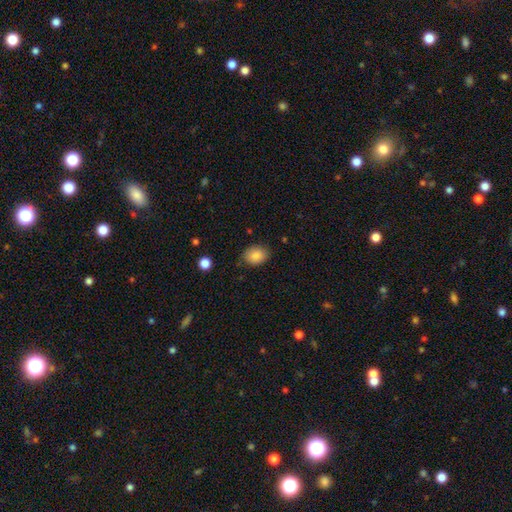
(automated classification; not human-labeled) Overall: smooth (86%). How rounded: in between (63%; round 36%). Merging: none (80%).